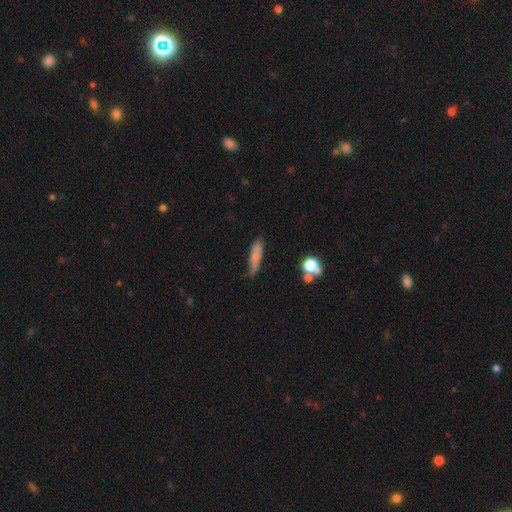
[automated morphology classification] type=smooth (68%); roundness=cigar-shaped (67%); merging=none (63%).